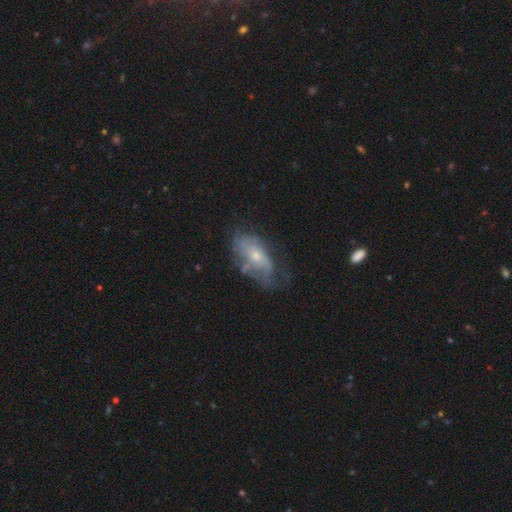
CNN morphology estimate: type=featured or disk (62%); edge-on=no (93%); bar=no (78%); spiral arms=yes (58%); bulge=small (61%); merging=none (43%).